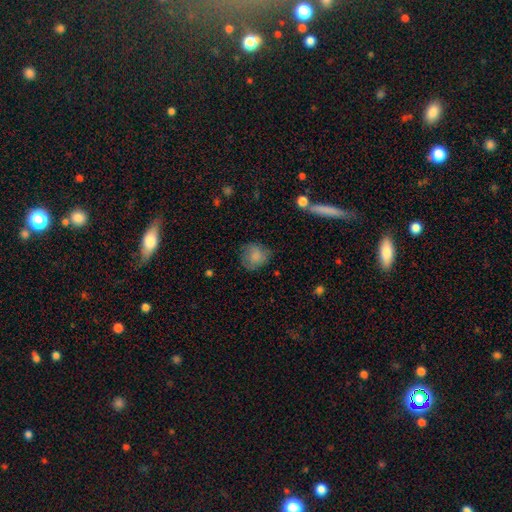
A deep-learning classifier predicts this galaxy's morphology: Overall: smooth (80%). How rounded: round (80%). Merging: none (65%).